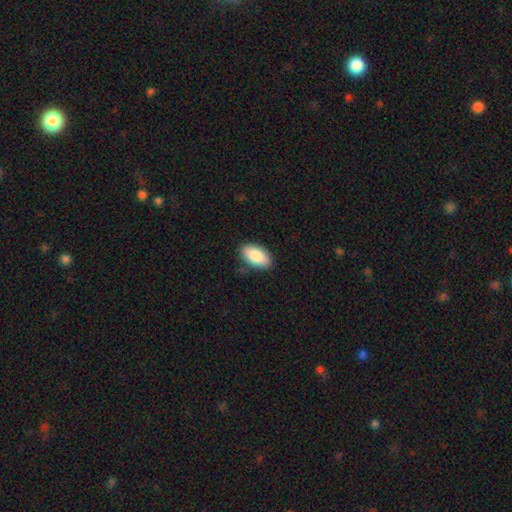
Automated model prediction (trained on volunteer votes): smooth-or-featured: smooth: 85% | featured or disk: 9% | star or artifact: 6%
  how-rounded: in between: 94% | cigar-shaped: 3% | round: 3%
  merging: none: 86% | minor disturbance: 11% | major disturbance: 2% | merger: 1%